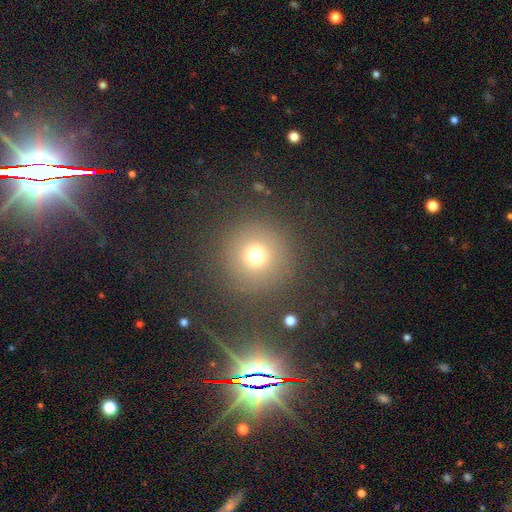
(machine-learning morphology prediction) The model was most divided on "smooth or featured": smooth: 71%, star or artifact: 19%, featured or disk: 9%. More confident: how rounded — round (96%); merging — none (85%).